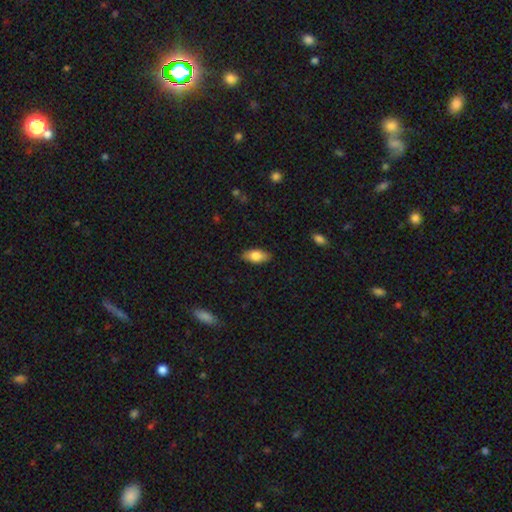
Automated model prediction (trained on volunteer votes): Overall: smooth (77%). How rounded: in between (88%). Merging: none (86%).